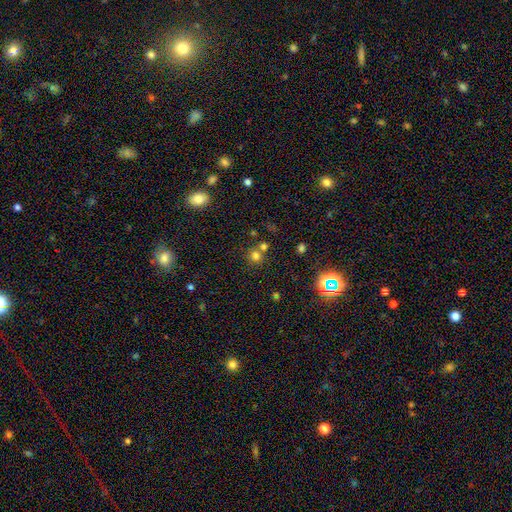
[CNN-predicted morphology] type=smooth (71%); roundness=round (88%); merging=none (62%).